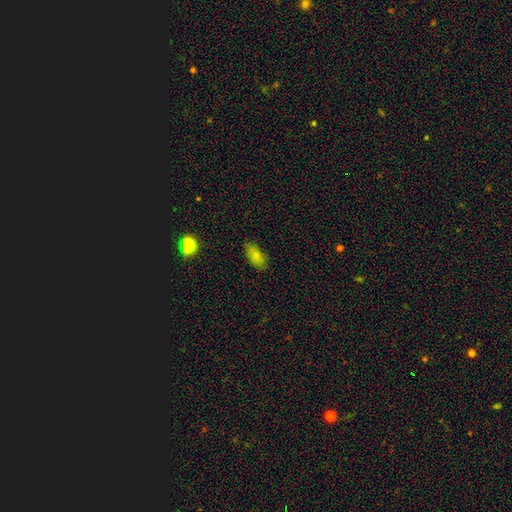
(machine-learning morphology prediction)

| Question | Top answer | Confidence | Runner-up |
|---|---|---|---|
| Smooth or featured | smooth | 82% | star or artifact (10%) |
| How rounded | in between | 90% | cigar-shaped (7%) |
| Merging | none | 81% | minor disturbance (15%) |